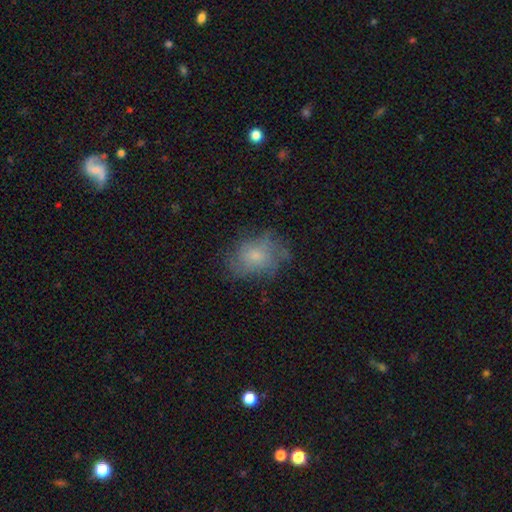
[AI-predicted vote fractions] This is possibly a smooth galaxy (51%). How rounded: likely in between (62%). Merging: likely none (60%).